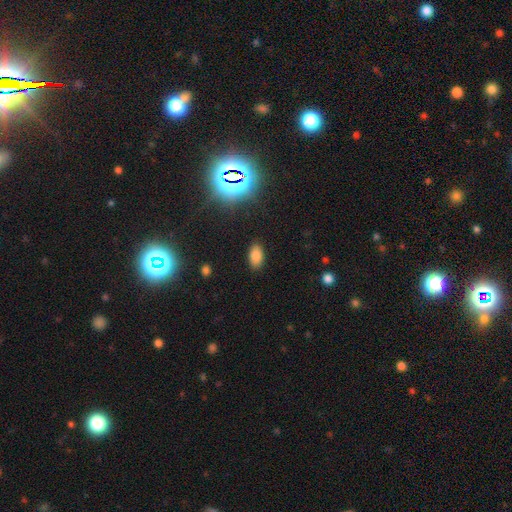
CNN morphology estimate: The model was most divided on "smooth or featured": smooth: 79%, star or artifact: 14%, featured or disk: 6%. More confident: how rounded — in between (92%); merging — none (87%).